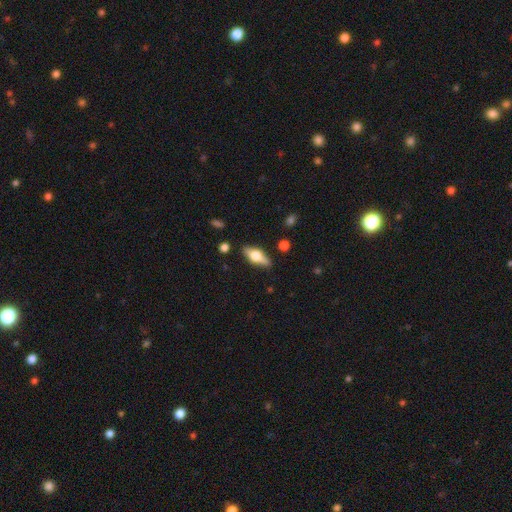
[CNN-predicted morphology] Smooth or featured? Predicted: featured or disk (p=0.53). Edge-on disk? Predicted: yes (p=0.91). Merging? Predicted: none (p=0.84).